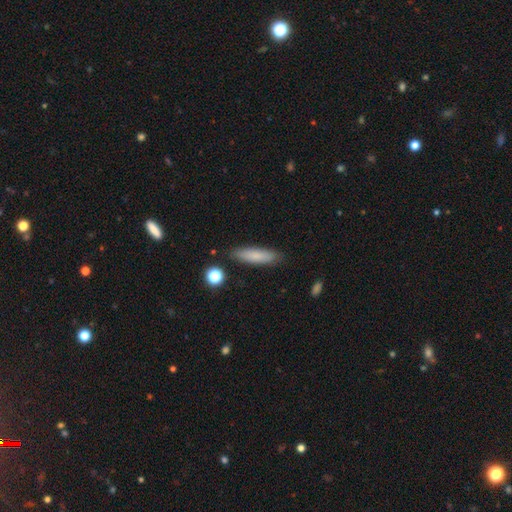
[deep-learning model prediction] This is likely a smooth galaxy (80%). How rounded: likely cigar-shaped (73%). Merging: clearly none (86%).